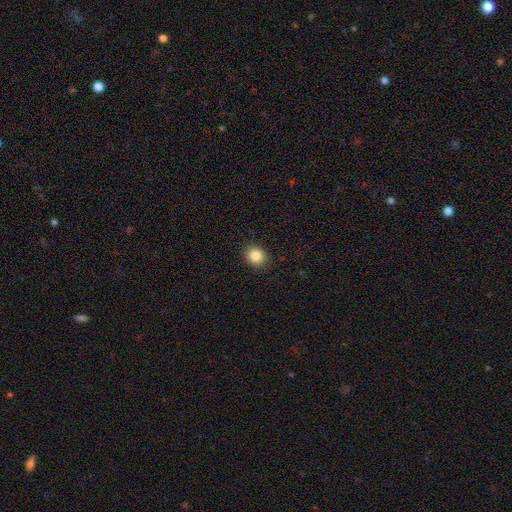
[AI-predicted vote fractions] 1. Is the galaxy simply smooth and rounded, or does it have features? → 85% smooth, 10% star or artifact, 5% featured or disk.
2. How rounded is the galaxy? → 70% round, 29% in between, 1% cigar-shaped.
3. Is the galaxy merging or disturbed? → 90% none, 7% minor disturbance, 2% major disturbance, 1% merger.